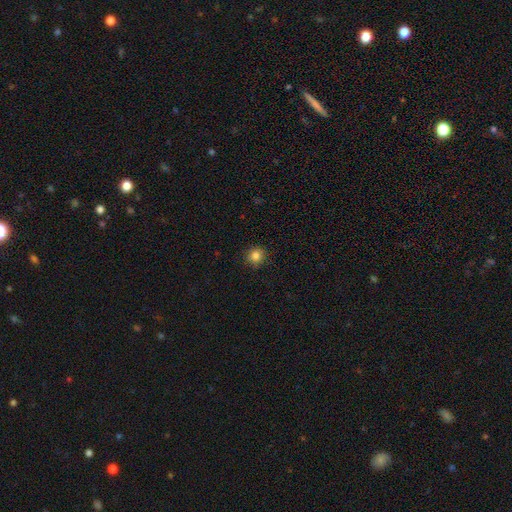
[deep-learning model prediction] smooth_or_featured: smooth (p=0.83) [alt: star or artifact p=0.12]
how_rounded: round (p=0.91) [alt: in between p=0.08]
merging: none (p=0.90) [alt: minor disturbance p=0.07]